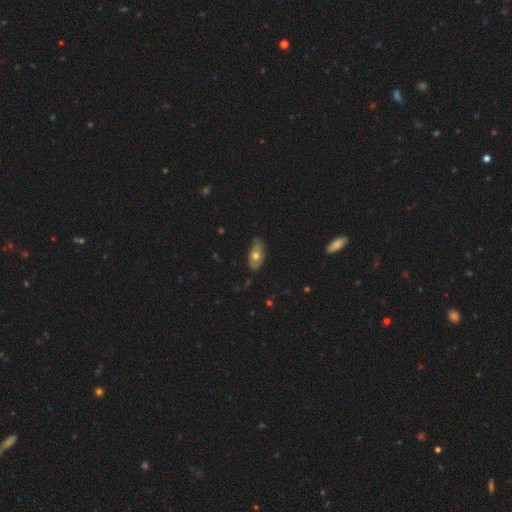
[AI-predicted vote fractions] Morphology: type=smooth (61%); roundness=in between (89%); merging=none (69%).